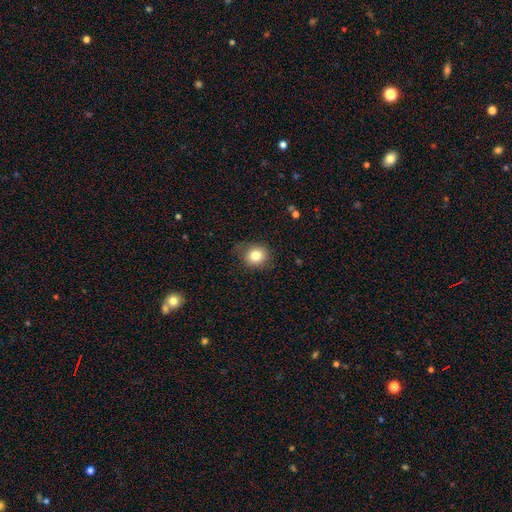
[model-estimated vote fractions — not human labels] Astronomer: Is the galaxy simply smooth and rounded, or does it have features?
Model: smooth — 81%.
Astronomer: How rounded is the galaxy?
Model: round — 79%.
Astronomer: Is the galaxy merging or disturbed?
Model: none — 76%.